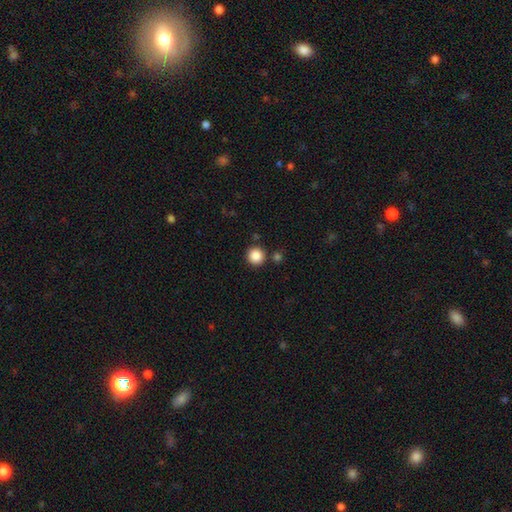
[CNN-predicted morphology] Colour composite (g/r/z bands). It shows a smooth galaxy with no disk features (86%) that is round (95%). Merging: none (87%).